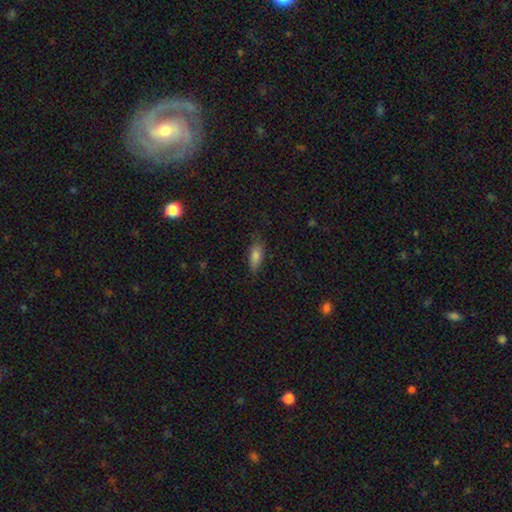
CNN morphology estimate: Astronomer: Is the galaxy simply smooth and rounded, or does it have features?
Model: smooth — 78%.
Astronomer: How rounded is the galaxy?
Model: in between — 73%.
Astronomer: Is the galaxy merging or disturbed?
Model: none — 77%.